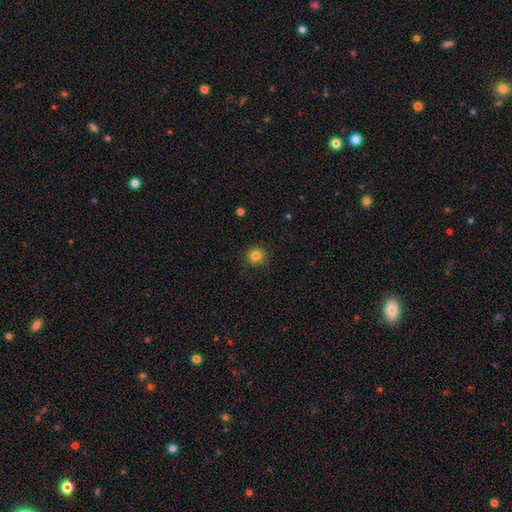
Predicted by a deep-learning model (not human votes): Smooth or featured: smooth — 83% (star or artifact — 12%)
How rounded: round — 94% (in between — 5%)
Merging: none — 90% (minor disturbance — 7%)